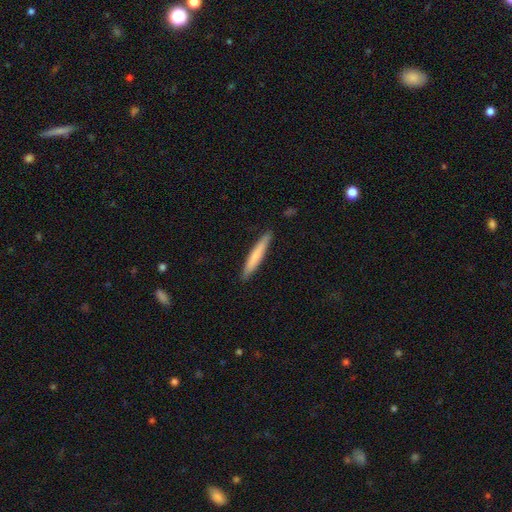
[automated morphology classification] Smooth or featured? Predicted: smooth (p=0.72). How rounded? Predicted: cigar-shaped (p=0.94). Merging? Predicted: none (p=0.89).